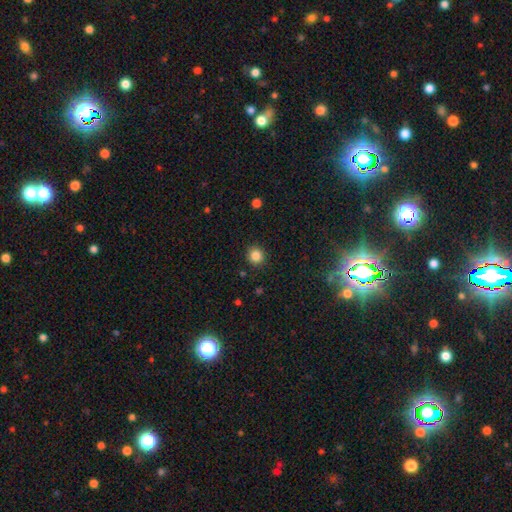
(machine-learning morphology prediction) This appears to be a smooth galaxy with no disk features (84%) that is round (91%). Merging: none (90%).